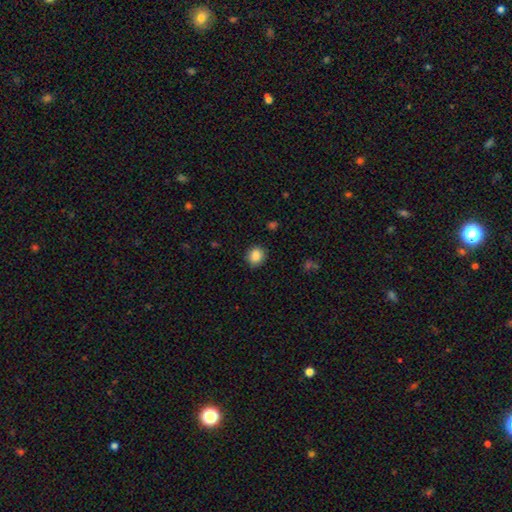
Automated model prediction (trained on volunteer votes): Smooth or featured?
  - smooth: 87% *
  - star or artifact: 9%
  - featured or disk: 4%
How rounded?
  - round: 69% *
  - in between: 30%
  - cigar-shaped: 1%
Merging?
  - none: 83% *
  - minor disturbance: 12%
  - major disturbance: 3%
  - merger: 1%